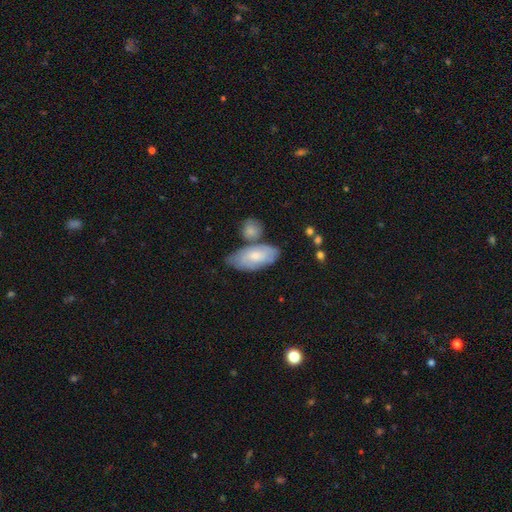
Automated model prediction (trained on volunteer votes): A smooth galaxy with no disk features (55%) that is in between round and cigar-shaped (89%). Merging: none (56%).